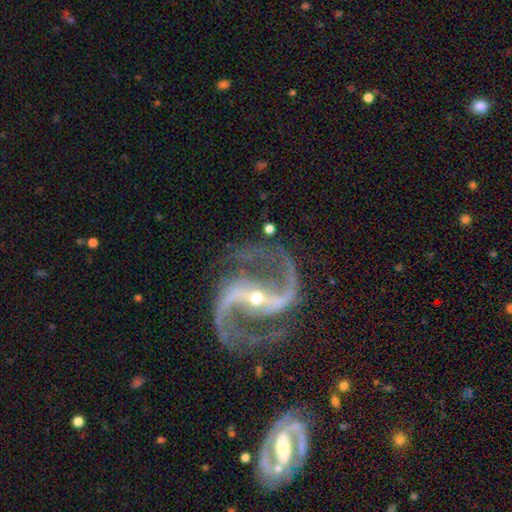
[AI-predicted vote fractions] Smooth or featured? featured or disk (93%)
Edge-on disk? no (98%)
Bar? strong (64%)
Spiral arms? yes (99%)
Spiral winding? medium (54%)
Spiral arm count? 2 (94%)
Bulge size? small (71%)
Merging? none (74%)